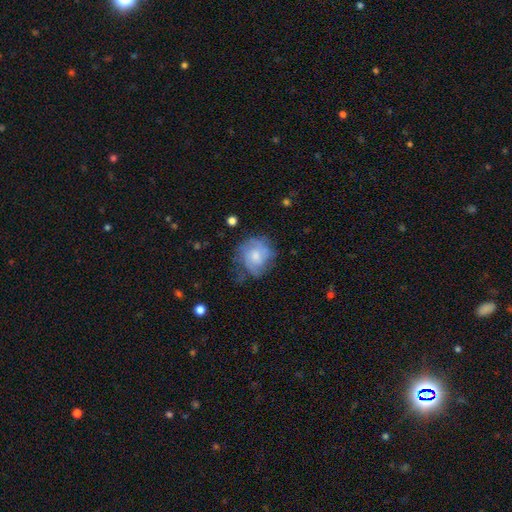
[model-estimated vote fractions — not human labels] Smooth or featured? smooth (50%)
Merging? none (50%)